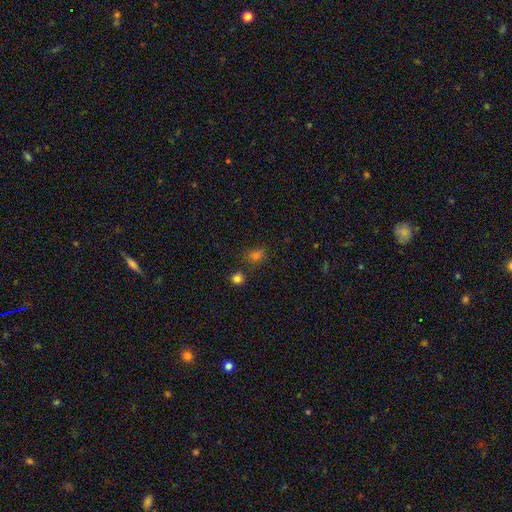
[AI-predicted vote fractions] Overall: smooth (61%; star or artifact 32%). How rounded: round (55%; in between 43%). Merging: none (66%).